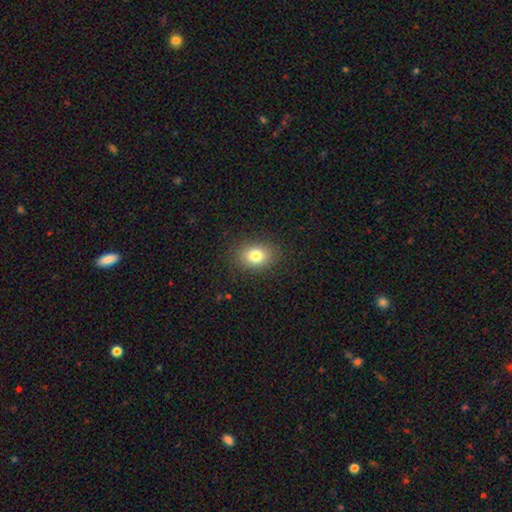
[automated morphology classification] Smooth or featured?
  - smooth: 81% *
  - star or artifact: 10%
  - featured or disk: 9%
How rounded?
  - in between: 61% *
  - round: 38%
  - cigar-shaped: 1%
Merging?
  - none: 86% *
  - minor disturbance: 9%
  - major disturbance: 3%
  - merger: 1%